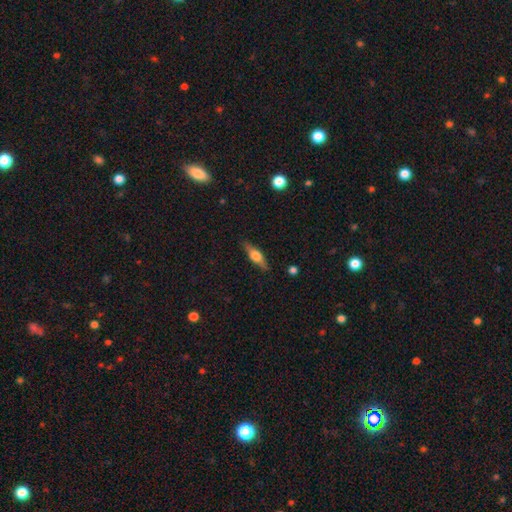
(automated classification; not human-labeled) featured or disk 53%, smooth 41%, star or artifact 6%. Down the decision tree: edge-on disk — yes (93%); merging — none (86%).